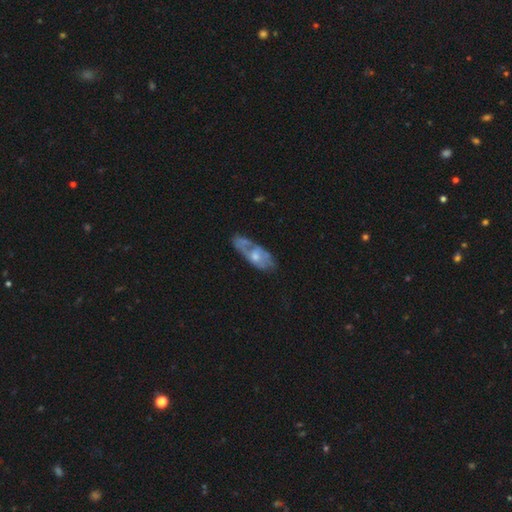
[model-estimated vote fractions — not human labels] Smooth or featured? Predicted: featured or disk (p=0.58). Edge-on disk? Predicted: no (p=0.83). Merging? Predicted: none (p=0.44).